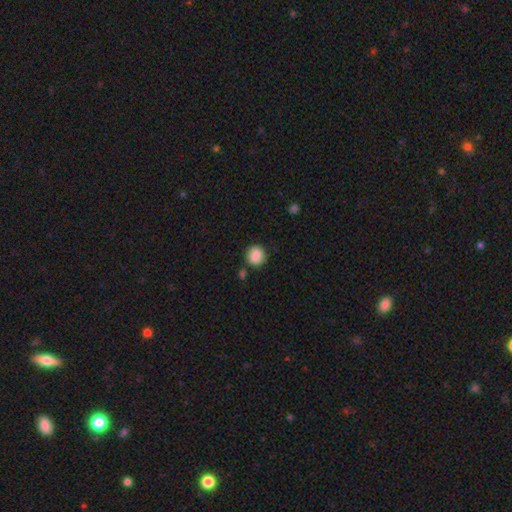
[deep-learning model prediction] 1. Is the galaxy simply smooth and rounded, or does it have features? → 86% smooth, 8% star or artifact, 6% featured or disk.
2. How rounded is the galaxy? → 85% round, 14% in between, 1% cigar-shaped.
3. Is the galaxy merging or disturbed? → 81% none, 11% minor disturbance, 5% merger, 3% major disturbance.